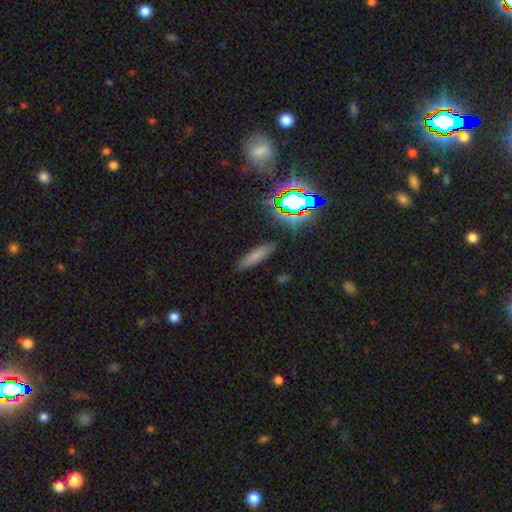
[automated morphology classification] Smooth or featured?
  - smooth: 68% *
  - star or artifact: 19%
  - featured or disk: 13%
How rounded?
  - cigar-shaped: 63% *
  - in between: 34%
  - round: 3%
Merging?
  - none: 87% *
  - minor disturbance: 9%
  - major disturbance: 3%
  - merger: 2%